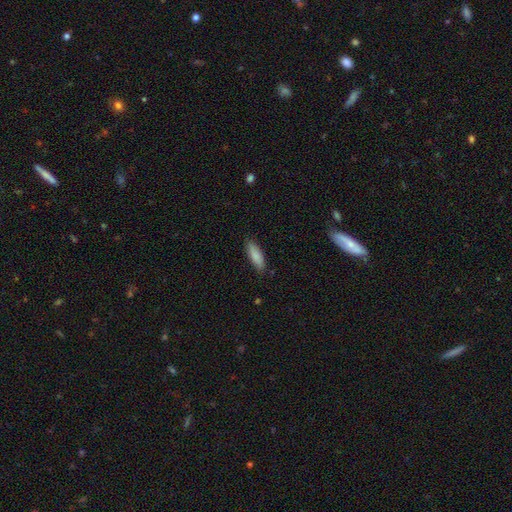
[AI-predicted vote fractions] Smooth or featured? smooth (87%)
How rounded? in between (54%)
Merging? none (85%)